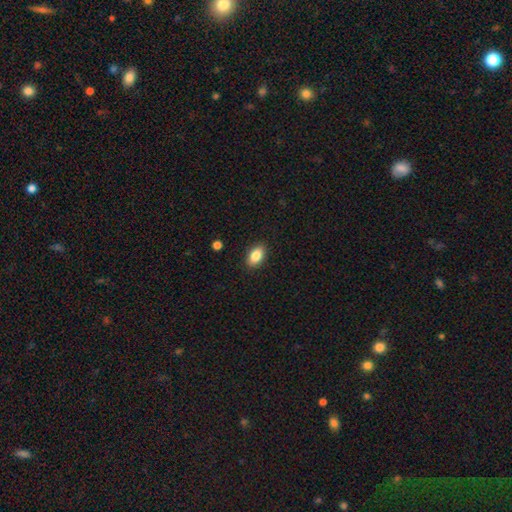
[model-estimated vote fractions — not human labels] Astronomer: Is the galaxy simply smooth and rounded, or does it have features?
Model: smooth — 84%.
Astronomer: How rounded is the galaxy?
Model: in between — 90%.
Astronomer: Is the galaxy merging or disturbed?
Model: none — 89%.